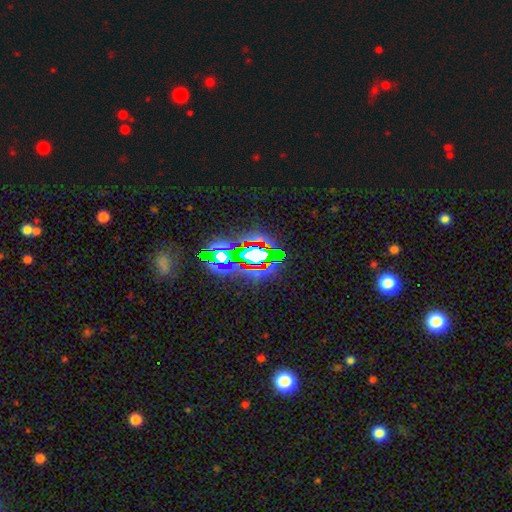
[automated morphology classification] This appears to be a star or artifact, not a galaxy (68%).